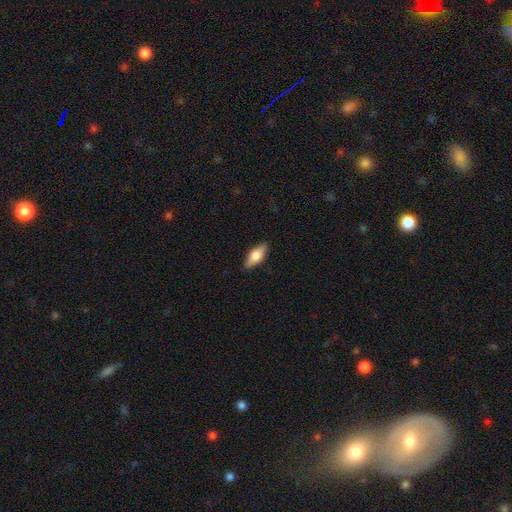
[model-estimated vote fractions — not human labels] Smooth or featured? Predicted: smooth (p=0.66). How rounded? Predicted: in between (p=0.76). Merging? Predicted: none (p=0.87).